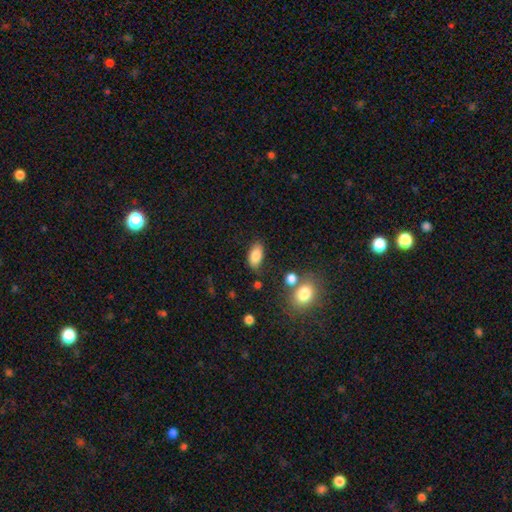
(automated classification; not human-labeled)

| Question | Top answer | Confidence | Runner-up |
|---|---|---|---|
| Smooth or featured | smooth | 84% | star or artifact (8%) |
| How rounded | in between | 91% | round (5%) |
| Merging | none | 77% | minor disturbance (15%) |